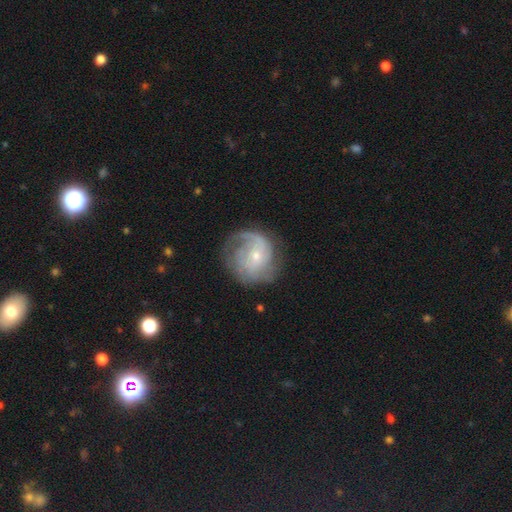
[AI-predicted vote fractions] The model was most divided on "spiral winding": tight: 40%, medium: 38%, loose: 22%. Remaining: edge-on disk — no (98%); spiral arms — yes (90%); smooth or featured — featured or disk (75%); bar — no (66%); bulge size — small (66%); merging — none (63%); spiral arm count — 2 (33%).